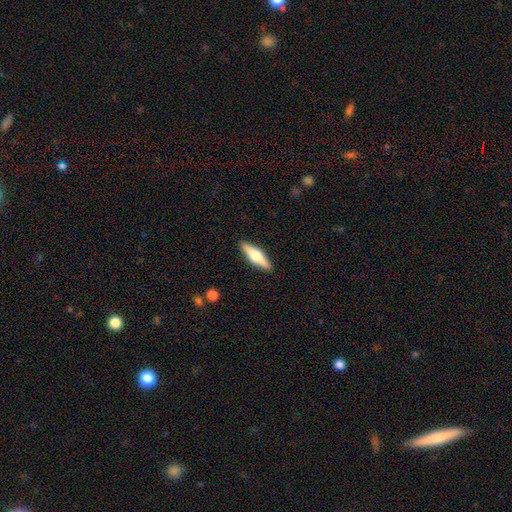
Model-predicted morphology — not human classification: Smooth or featured: featured or disk — 50% (smooth — 45%)
Edge-on disk: yes — 94% (no — 6%)
Merging: none — 90% (minor disturbance — 8%)